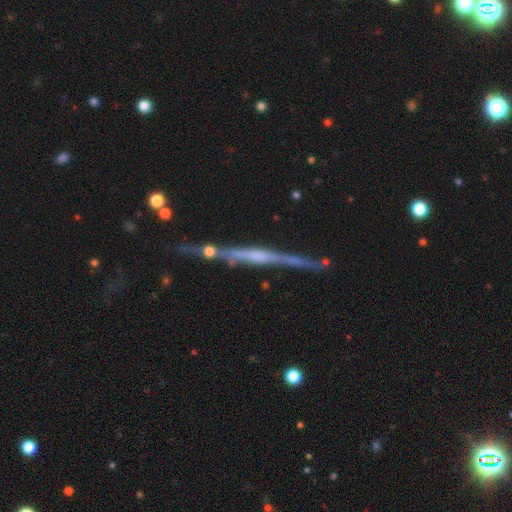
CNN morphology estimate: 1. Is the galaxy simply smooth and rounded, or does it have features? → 77% featured or disk, 15% smooth, 8% star or artifact.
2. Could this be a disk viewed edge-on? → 96% yes, 4% no.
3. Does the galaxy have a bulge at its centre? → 48% rounded, 34% none, 18% boxy.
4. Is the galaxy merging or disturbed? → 69% none, 17% minor disturbance, 9% merger, 5% major disturbance.